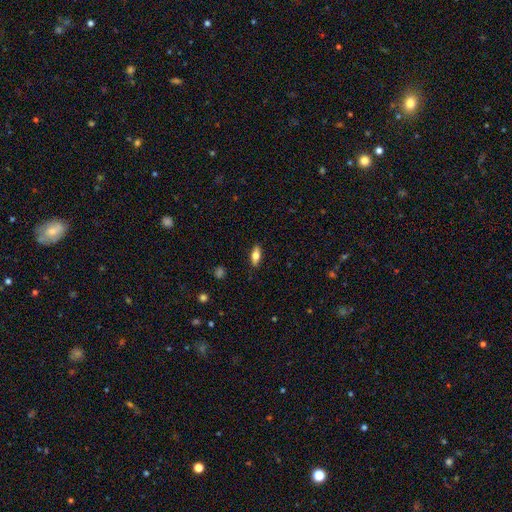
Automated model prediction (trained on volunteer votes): The model was most divided on "smooth or featured": smooth: 65%, featured or disk: 28%, star or artifact: 7%. More confident: merging — none (87%); how rounded — in between (73%).